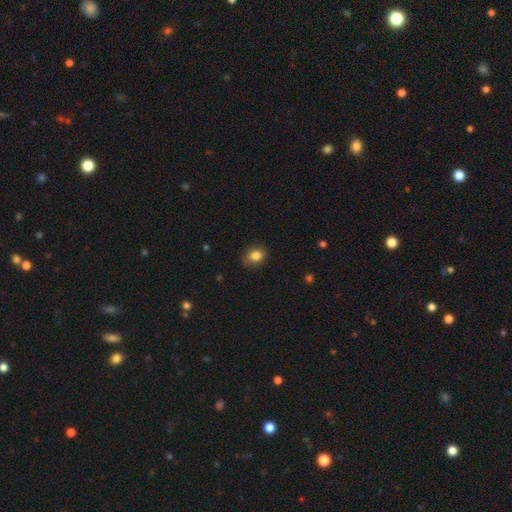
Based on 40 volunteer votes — Overall: smooth (90%). How rounded: round (72%). Merging: none (78%).